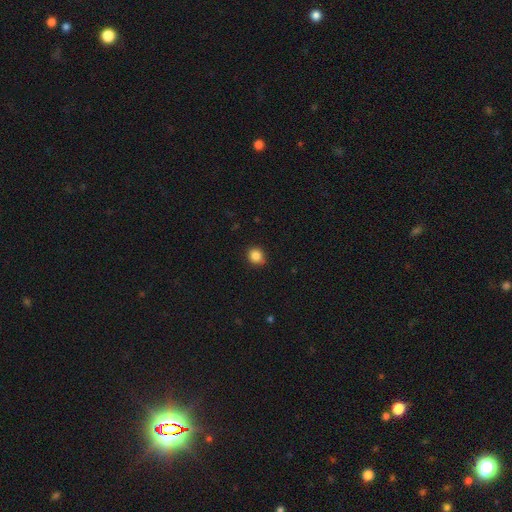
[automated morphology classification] smooth-or-featured: smooth: 86% | star or artifact: 11% | featured or disk: 4%
  how-rounded: round: 84% | in between: 15% | cigar-shaped: 1%
  merging: none: 86% | minor disturbance: 11% | major disturbance: 2% | merger: 1%